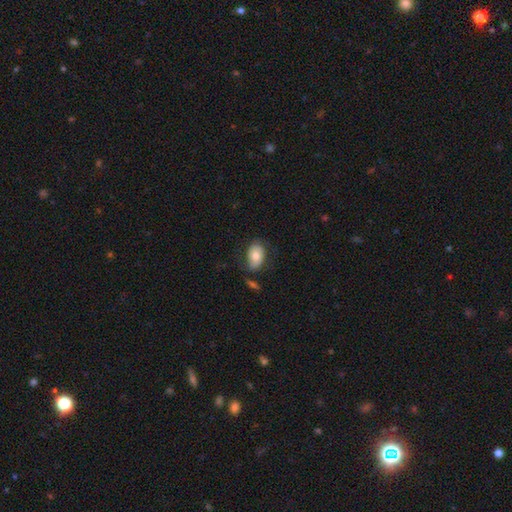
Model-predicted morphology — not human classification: The model was most divided on "merging": none: 64%, minor disturbance: 23%, major disturbance: 9%, merger: 5%. More confident: how rounded — in between (86%); smooth or featured — smooth (71%).